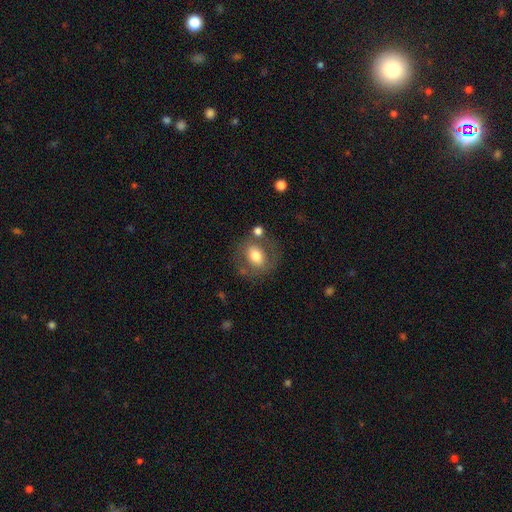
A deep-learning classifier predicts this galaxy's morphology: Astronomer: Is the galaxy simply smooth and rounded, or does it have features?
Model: smooth — 61%.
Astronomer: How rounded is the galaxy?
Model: round — 58% (runner-up: in between, 41%).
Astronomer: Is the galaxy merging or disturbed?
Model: none — 65%.